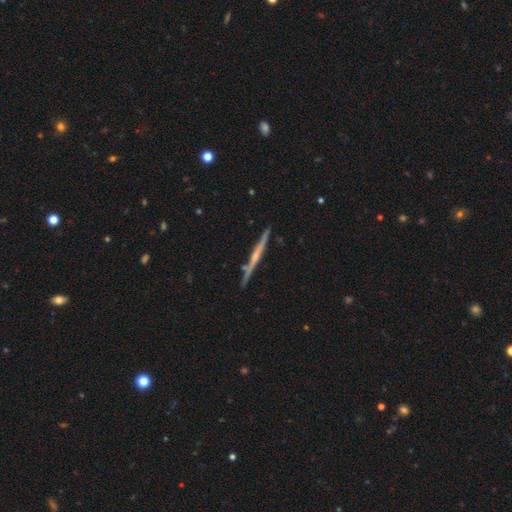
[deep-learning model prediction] Smooth or featured: featured or disk — 74% (smooth — 20%)
Edge-on disk: yes — 98% (no — 2%)
Edge-on bulge: rounded — 53% (none — 39%)
Merging: none — 89% (minor disturbance — 8%)